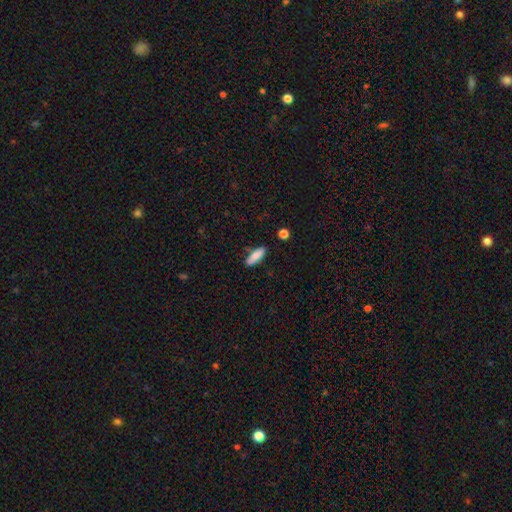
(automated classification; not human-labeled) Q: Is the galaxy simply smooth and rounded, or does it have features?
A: smooth — 85%.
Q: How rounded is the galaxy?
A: in between — 56%.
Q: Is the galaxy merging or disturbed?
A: none — 79%.